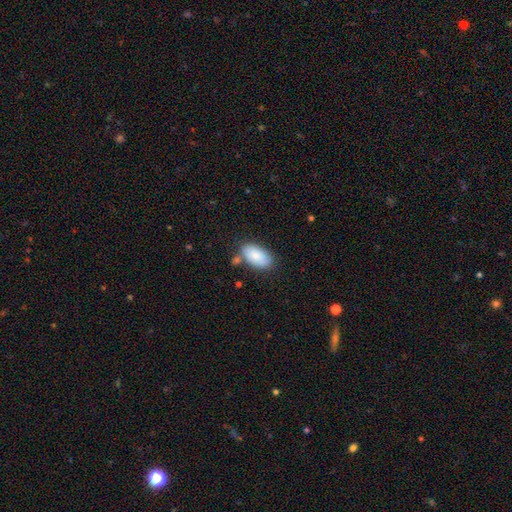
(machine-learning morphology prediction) smooth-or-featured: smooth: 83% | featured or disk: 11% | star or artifact: 6%
  how-rounded: in between: 95% | round: 3% | cigar-shaped: 3%
  merging: none: 68% | minor disturbance: 17% | merger: 10% | major disturbance: 4%